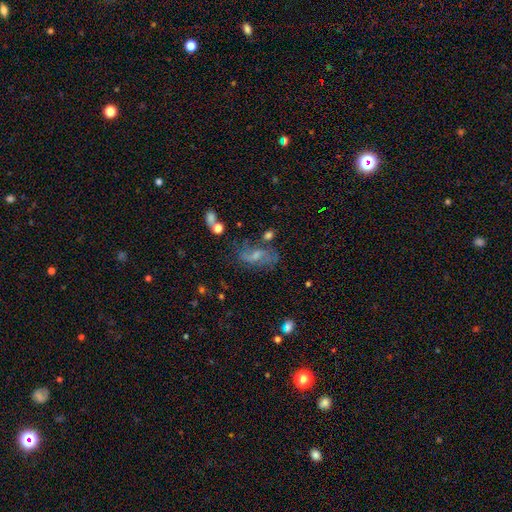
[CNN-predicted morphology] A featured or disk galaxy (55%) with a weak bar (47%), spiral arms (76%) and a small central bulge (44%). Merging: none (51%).